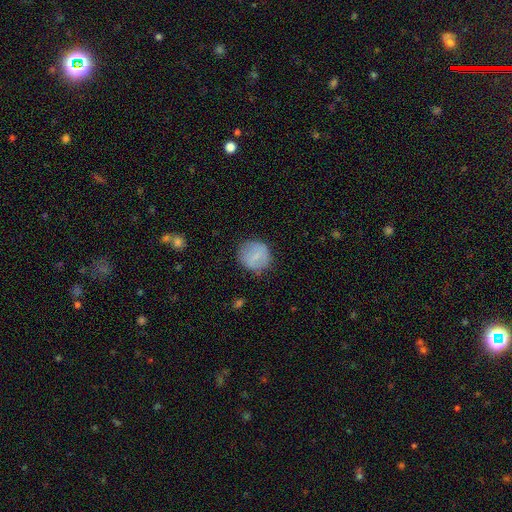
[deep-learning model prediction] Smooth or featured?
  - smooth: 75% *
  - featured or disk: 17%
  - star or artifact: 8%
How rounded?
  - round: 88% *
  - in between: 11%
  - cigar-shaped: 1%
Merging?
  - none: 80% *
  - minor disturbance: 14%
  - major disturbance: 4%
  - merger: 1%